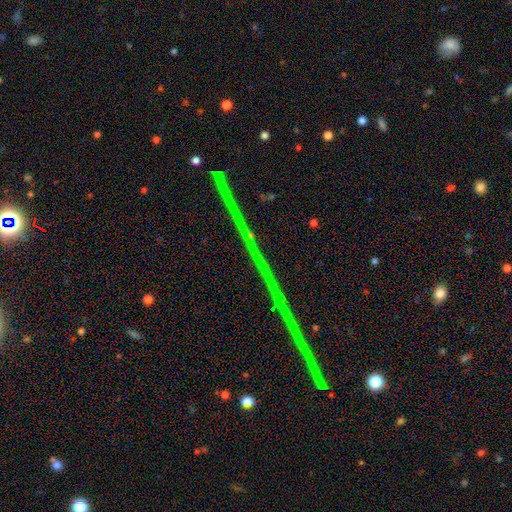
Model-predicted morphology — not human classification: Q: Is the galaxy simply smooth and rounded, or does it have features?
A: star or artifact — 79%.